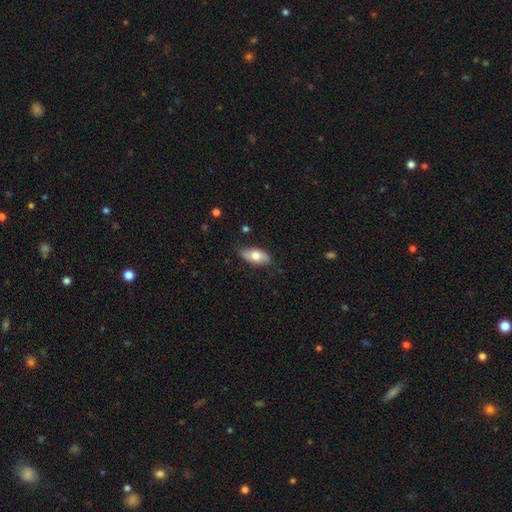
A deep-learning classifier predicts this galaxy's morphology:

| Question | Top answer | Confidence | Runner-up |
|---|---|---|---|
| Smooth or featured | smooth | 68% | featured or disk (26%) |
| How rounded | in between | 88% | cigar-shaped (8%) |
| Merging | none | 78% | minor disturbance (17%) |